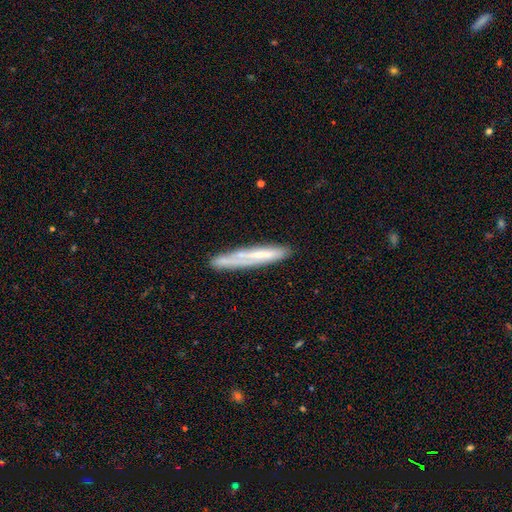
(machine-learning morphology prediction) type=smooth (46%, tied with featured or disk); merging=none (74%).